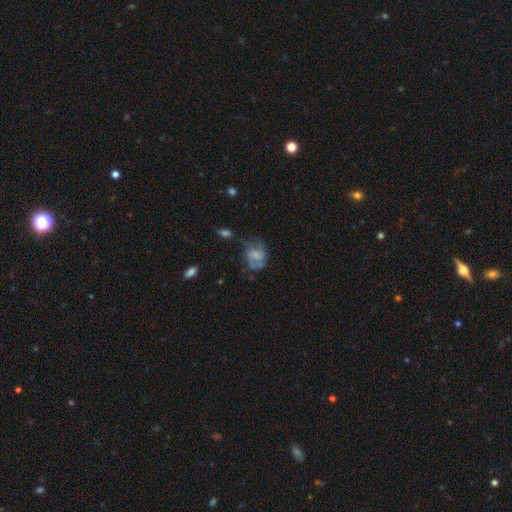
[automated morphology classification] Q: Smooth or featured?
A: featured or disk (48%); runner-up: smooth (43%)
Q: Merging?
A: none (44%); runner-up: minor disturbance (27%)